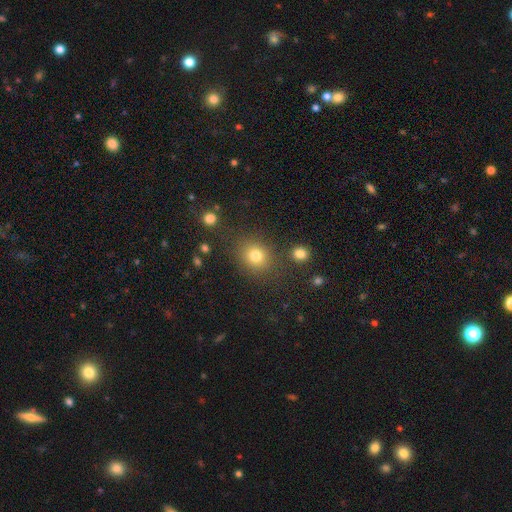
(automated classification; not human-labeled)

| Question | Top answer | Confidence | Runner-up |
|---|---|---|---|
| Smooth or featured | smooth | 79% | star or artifact (14%) |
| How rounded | round | 73% | in between (26%) |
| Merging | none | 80% | minor disturbance (10%) |